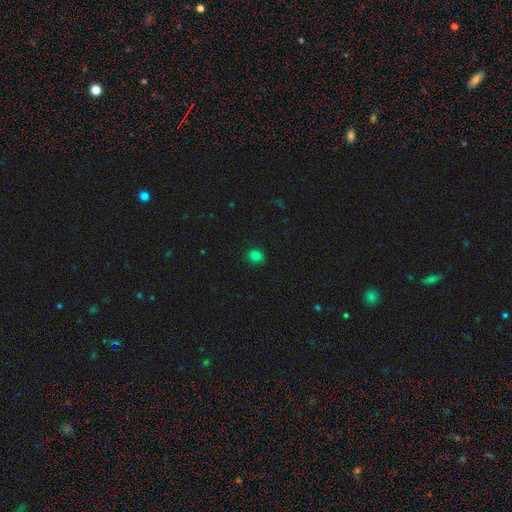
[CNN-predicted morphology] This is likely a smooth galaxy (79%). How rounded: likely round (69%). Merging: clearly none (87%).